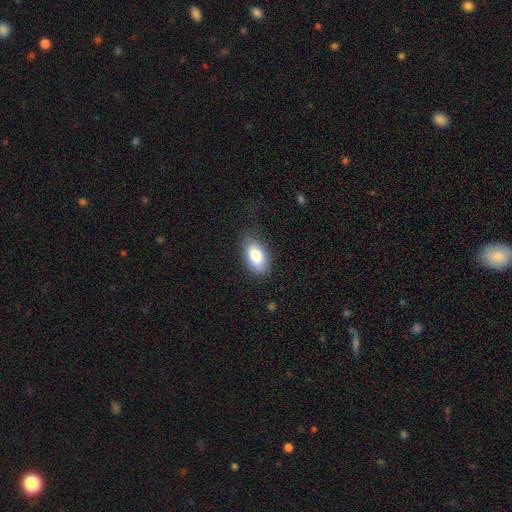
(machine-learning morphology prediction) Q: Smooth or featured?
A: smooth (84%); runner-up: featured or disk (10%)
Q: How rounded?
A: in between (93%); runner-up: round (4%)
Q: Merging?
A: none (77%); runner-up: minor disturbance (17%)